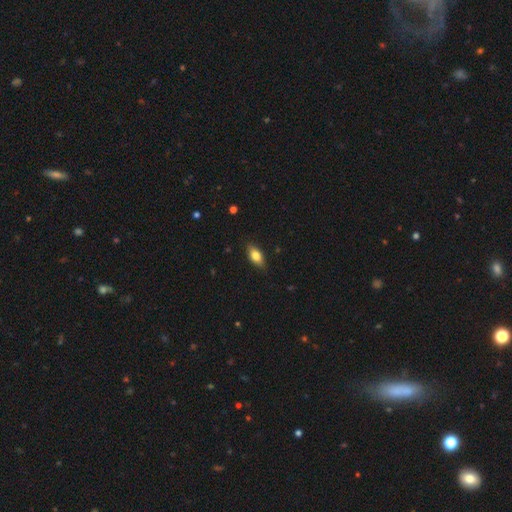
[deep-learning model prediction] Smooth or featured: smooth — 74% (featured or disk — 19%)
How rounded: in between — 85% (cigar-shaped — 9%)
Merging: none — 85% (minor disturbance — 12%)